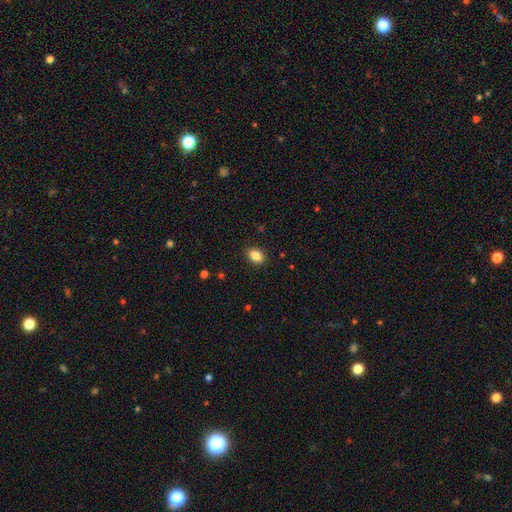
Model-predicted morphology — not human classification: smooth_or_featured: smooth (p=0.87) [alt: star or artifact p=0.09]
how_rounded: in between (p=0.79) [alt: round p=0.19]
merging: none (p=0.89) [alt: minor disturbance p=0.08]